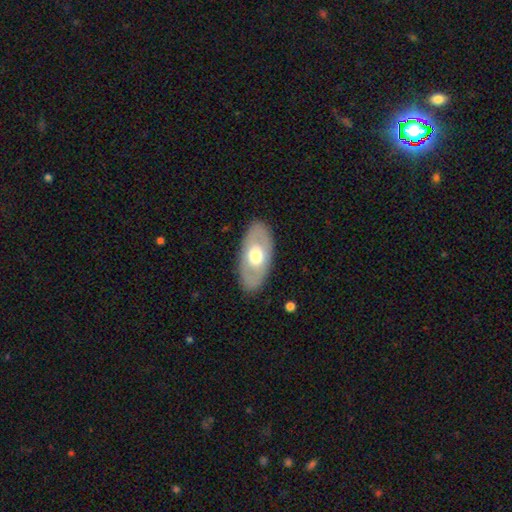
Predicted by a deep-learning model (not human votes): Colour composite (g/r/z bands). It shows a smooth galaxy with no disk features (50%) that is in between round and cigar-shaped (92%). Merging: none (86%).